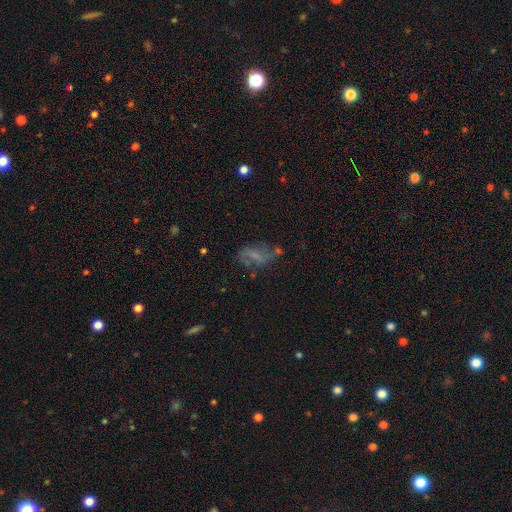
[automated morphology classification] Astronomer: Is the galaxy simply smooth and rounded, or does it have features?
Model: featured or disk — 53% (runner-up: smooth, 33%).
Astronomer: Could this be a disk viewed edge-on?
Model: no — 95%.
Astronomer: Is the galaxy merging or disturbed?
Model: none — 48%.